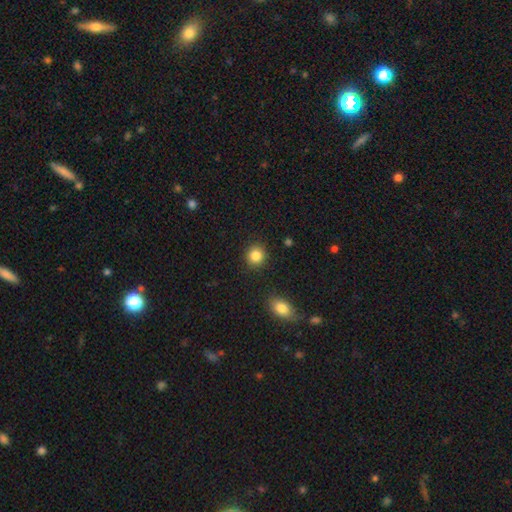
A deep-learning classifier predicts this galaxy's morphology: smooth 86%, star or artifact 10%, featured or disk 4%. Down the decision tree: how rounded — round (87%); merging — none (89%).